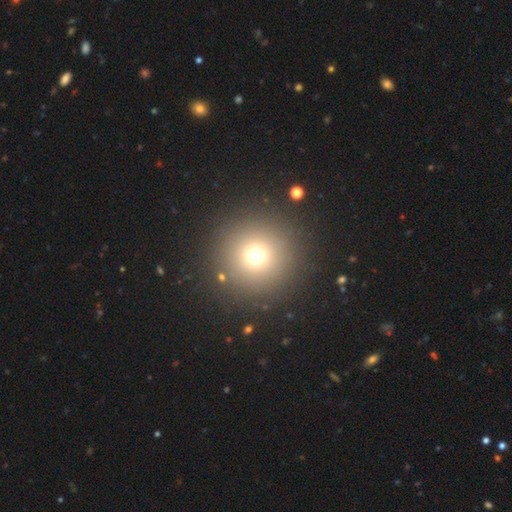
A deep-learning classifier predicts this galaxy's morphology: A smooth galaxy with no disk features (70%) that is round (96%). Merging: none (89%).